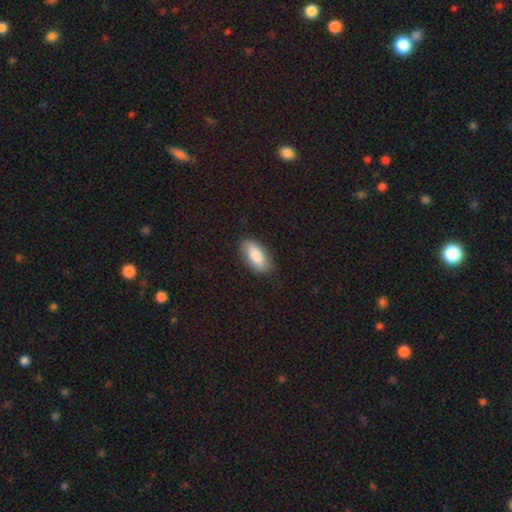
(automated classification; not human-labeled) A smooth galaxy with no disk features (82%) that is in between round and cigar-shaped (88%). Merging: none (85%).